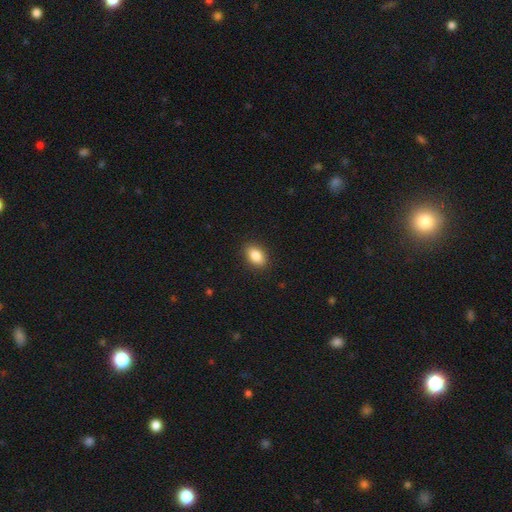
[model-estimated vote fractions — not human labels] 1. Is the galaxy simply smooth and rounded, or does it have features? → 86% smooth, 8% star or artifact, 6% featured or disk.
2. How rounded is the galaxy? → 88% in between, 10% round, 2% cigar-shaped.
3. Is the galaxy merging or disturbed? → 89% none, 8% minor disturbance, 2% major disturbance, 1% merger.